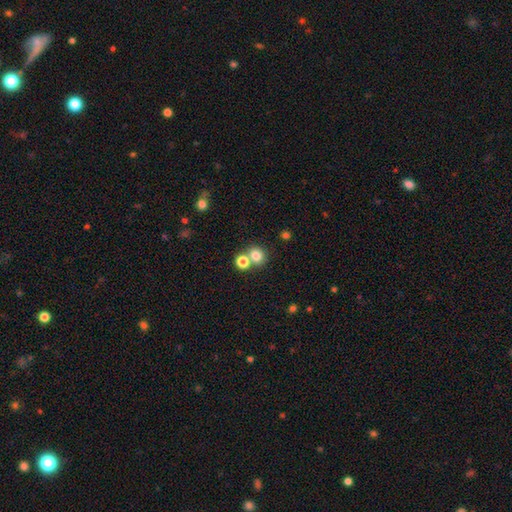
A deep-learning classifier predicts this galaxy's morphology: The model was most divided on "merging": none: 59%, merger: 31%, minor disturbance: 7%, major disturbance: 3%. More confident: how rounded — round (82%); smooth or featured — smooth (79%).